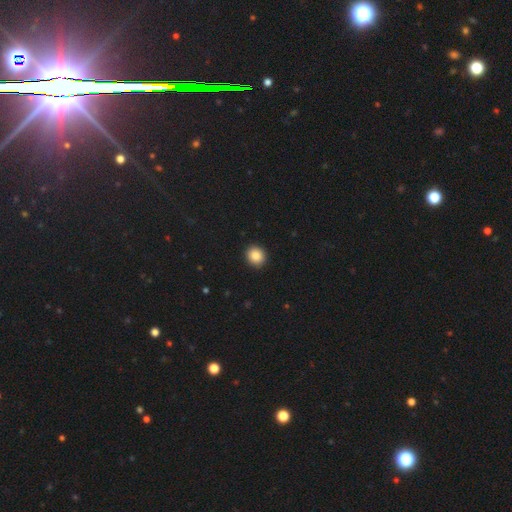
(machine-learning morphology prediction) The model was most divided on "how rounded": round: 80%, in between: 19%, cigar-shaped: 1%. More confident: merging — none (92%); smooth or featured — smooth (87%).